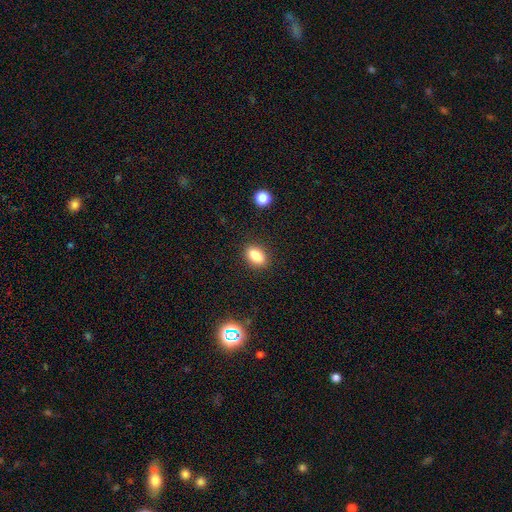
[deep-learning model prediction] Smooth or featured: smooth — 85% (star or artifact — 10%)
How rounded: in between — 85% (round — 11%)
Merging: none — 88% (minor disturbance — 8%)